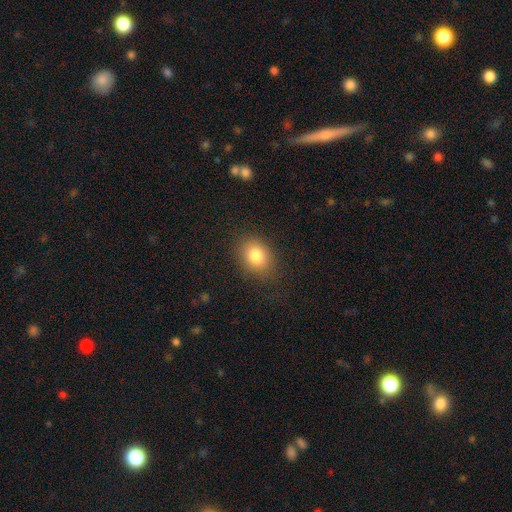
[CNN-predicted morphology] A smooth galaxy with no disk features (82%) that is in between round and cigar-shaped (55%).

Vote fractions:
- Smooth or featured? smooth: 82% / star or artifact: 10% / featured or disk: 8%
- How rounded? in between: 55% / round: 44% / cigar-shaped: 1%
- Merging? none: 83% / minor disturbance: 12% / major disturbance: 4% / merger: 1%